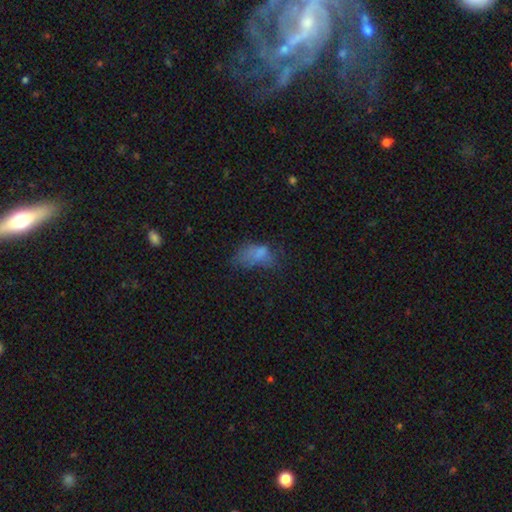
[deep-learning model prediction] Q: Smooth or featured?
A: smooth (61%); runner-up: featured or disk (22%)
Q: How rounded?
A: in between (86%); runner-up: round (9%)
Q: Merging?
A: major disturbance (39%); runner-up: none (29%)